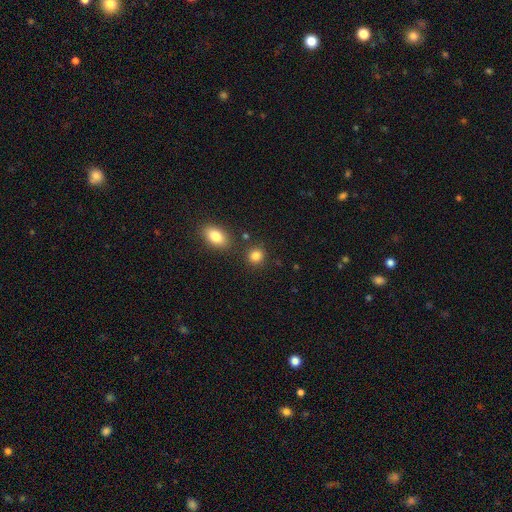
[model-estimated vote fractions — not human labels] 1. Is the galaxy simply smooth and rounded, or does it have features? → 85% smooth, 10% star or artifact, 5% featured or disk.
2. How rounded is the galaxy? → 77% round, 21% in between, 1% cigar-shaped.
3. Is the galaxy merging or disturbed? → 82% none, 9% minor disturbance, 7% merger, 3% major disturbance.